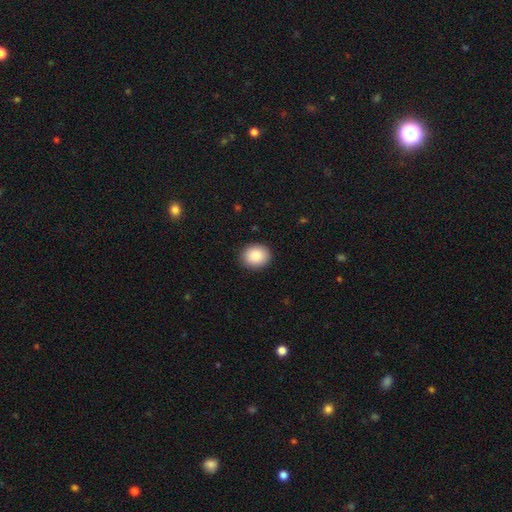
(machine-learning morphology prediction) smooth-or-featured: smooth: 88% | star or artifact: 7% | featured or disk: 5%
  how-rounded: round: 66% | in between: 33% | cigar-shaped: 1%
  merging: none: 90% | minor disturbance: 7% | major disturbance: 2% | merger: 1%